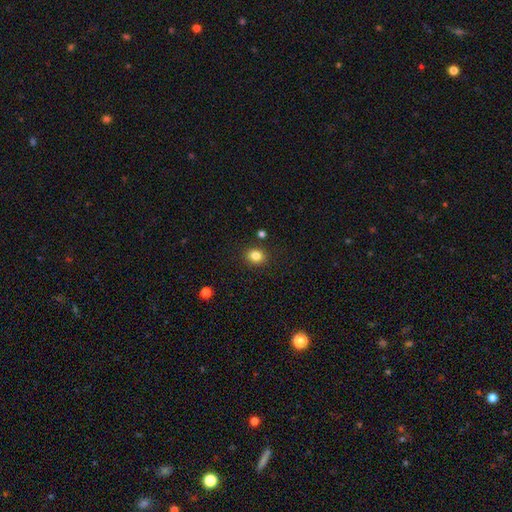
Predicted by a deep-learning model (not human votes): This is clearly a smooth galaxy (83%). How rounded: likely round (70%). Merging: clearly none (88%).